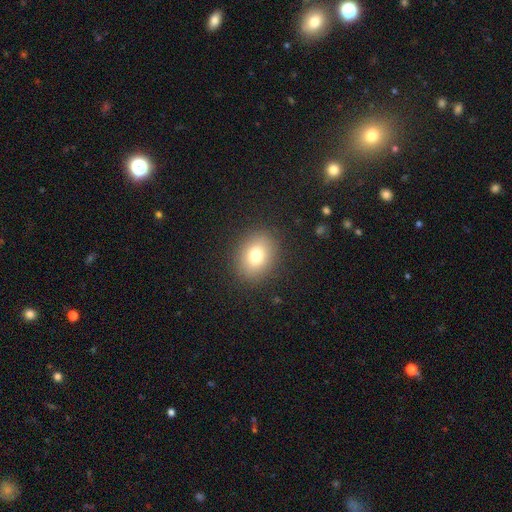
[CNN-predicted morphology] Smooth or featured? Predicted: smooth (p=0.77). How rounded? Predicted: round (p=0.52). Merging? Predicted: none (p=0.88).